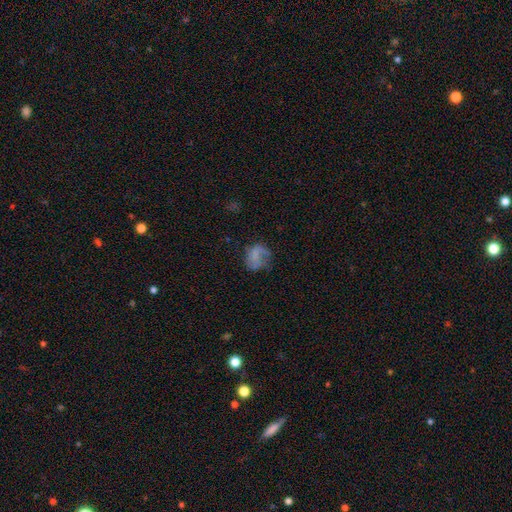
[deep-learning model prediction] Smooth or featured?
  - smooth: 51% *
  - featured or disk: 37%
  - star or artifact: 12%
How rounded?
  - round: 55% *
  - in between: 44%
  - cigar-shaped: 1%
Merging?
  - none: 41% *
  - major disturbance: 30%
  - minor disturbance: 26%
  - merger: 3%